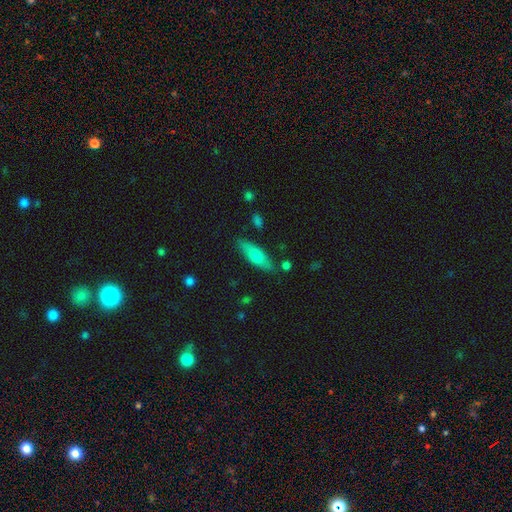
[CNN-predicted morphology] Overall: smooth (67%; featured or disk 27%). How rounded: in between (57%; cigar-shaped 41%). Merging: none (79%).